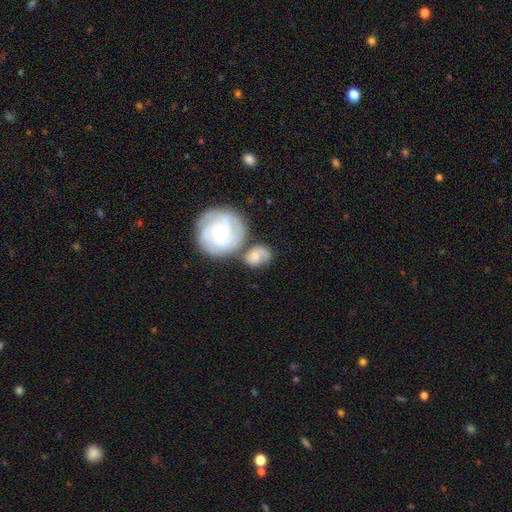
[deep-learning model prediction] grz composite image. It shows a featured or disk galaxy (56%) with no bar (66%), spiral arms (88%) and a moderate central bulge (49%). Merging: none (46%).